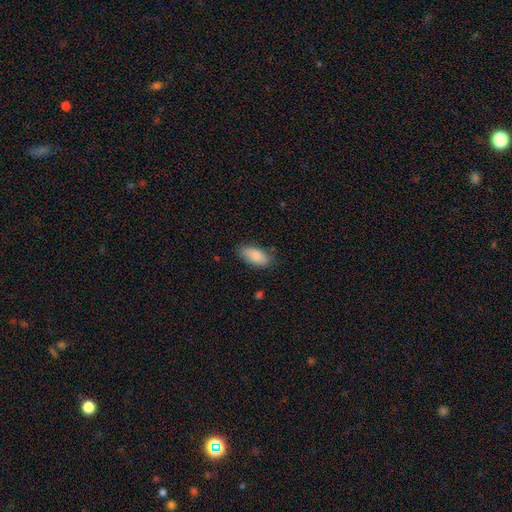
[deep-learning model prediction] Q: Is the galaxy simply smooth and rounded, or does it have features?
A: smooth — 85%.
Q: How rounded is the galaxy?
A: in between — 89%.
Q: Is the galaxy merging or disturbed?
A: none — 80%.